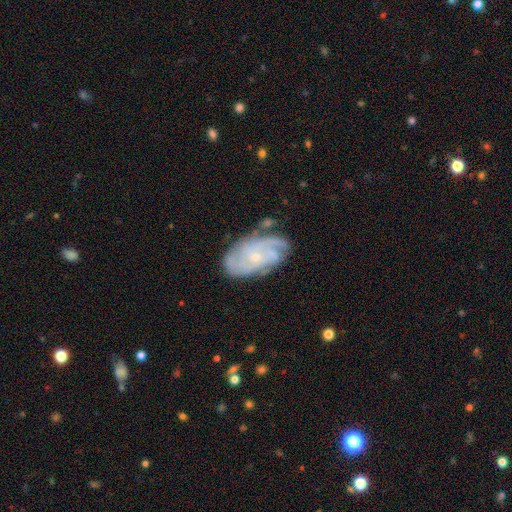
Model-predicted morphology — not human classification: smooth_or_featured: featured or disk (p=0.80) [alt: smooth p=0.13]
disk_edge_on: no (p=0.95) [alt: yes p=0.05]
bar: no (p=0.75) [alt: weak p=0.21]
has_spiral_arms: yes (p=0.94) [alt: no p=0.06]
spiral_winding: tight (p=0.62) [alt: medium p=0.30]
spiral_arm_count: can't tell (p=0.30) [alt: 3 p=0.22]
bulge_size: small (p=0.78) [alt: moderate p=0.18]
merging: none (p=0.72) [alt: minor disturbance p=0.20]